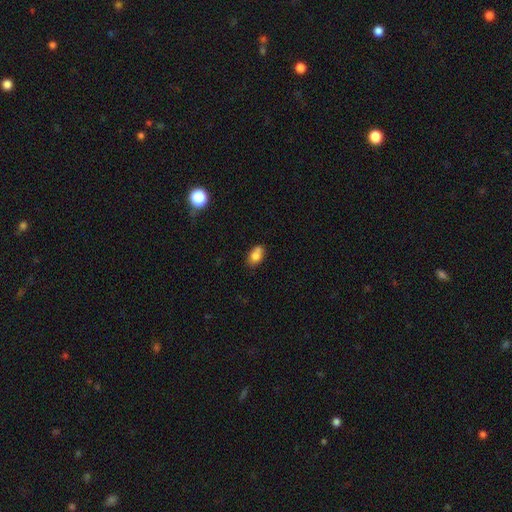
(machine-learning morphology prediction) type=smooth (75%); roundness=in between (73%); merging=none (48%).